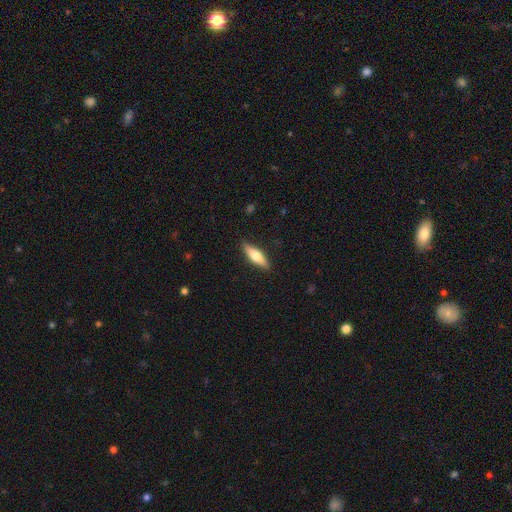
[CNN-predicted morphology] This is possibly a smooth galaxy (58%). How rounded: possibly cigar-shaped (59%). Merging: clearly none (89%).